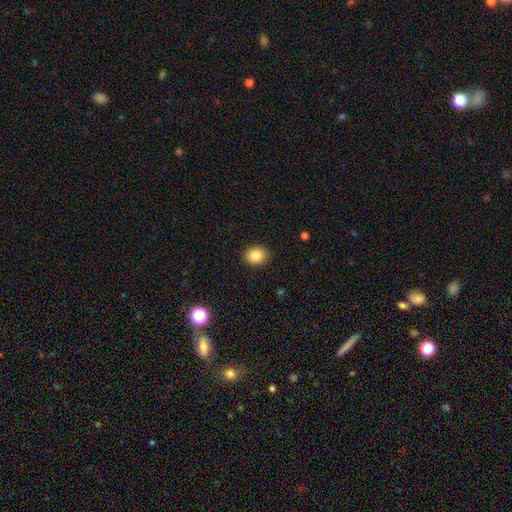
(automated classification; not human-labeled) Overall: smooth (84%). How rounded: round (53%; in between 46%). Merging: none (90%).